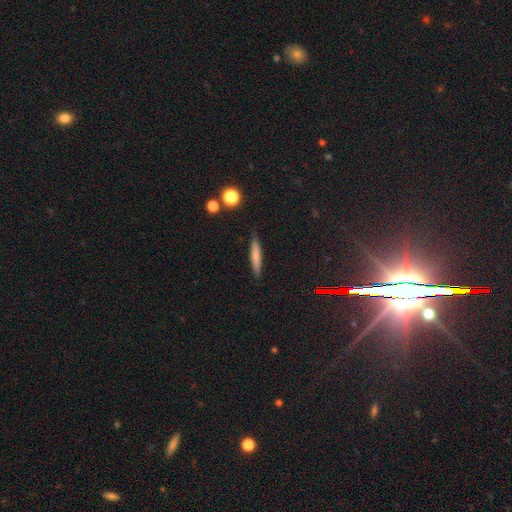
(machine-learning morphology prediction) Q: Smooth or featured?
A: smooth (69%); runner-up: featured or disk (24%)
Q: How rounded?
A: cigar-shaped (91%); runner-up: in between (7%)
Q: Merging?
A: none (87%); runner-up: minor disturbance (10%)